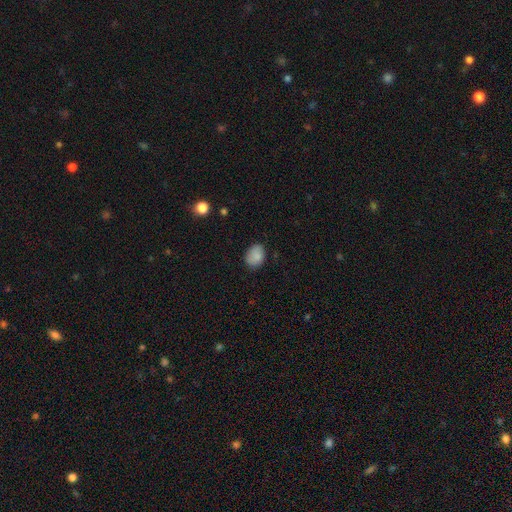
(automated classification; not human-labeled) A smooth galaxy with no disk features (86%) that is in between round and cigar-shaped (70%). Merging: none (77%).